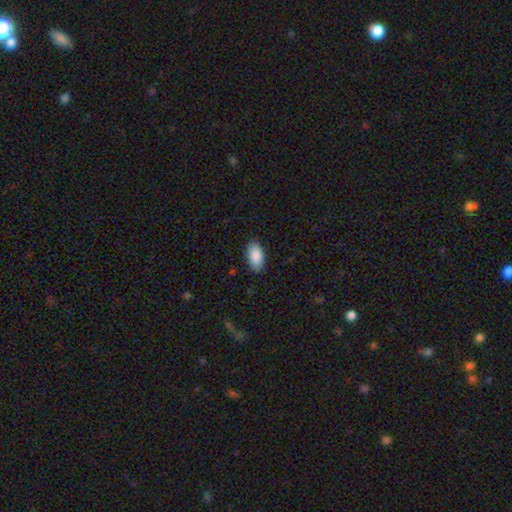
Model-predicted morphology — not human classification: This appears to be a smooth galaxy with no disk features (89%) that is in between round and cigar-shaped (95%). Merging: none (87%).